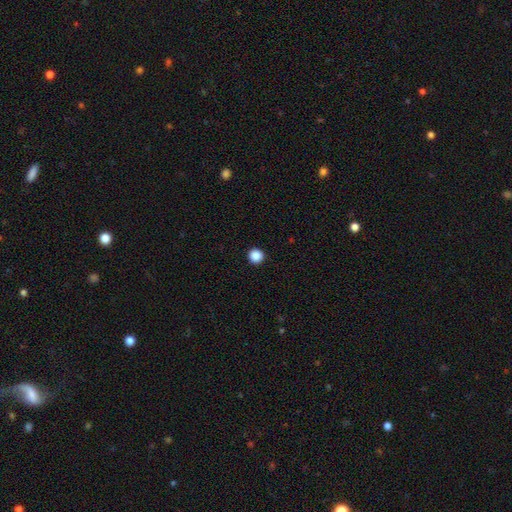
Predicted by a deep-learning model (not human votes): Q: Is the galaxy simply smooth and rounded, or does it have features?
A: smooth — 89%.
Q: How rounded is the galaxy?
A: round — 96%.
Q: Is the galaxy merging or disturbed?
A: none — 94%.